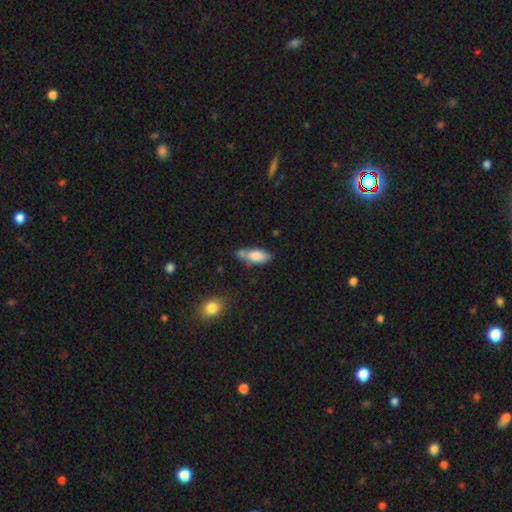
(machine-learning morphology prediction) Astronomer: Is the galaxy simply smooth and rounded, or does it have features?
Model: smooth — 82%.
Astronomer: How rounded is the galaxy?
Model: in between — 79%.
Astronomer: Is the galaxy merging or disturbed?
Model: none — 51%.